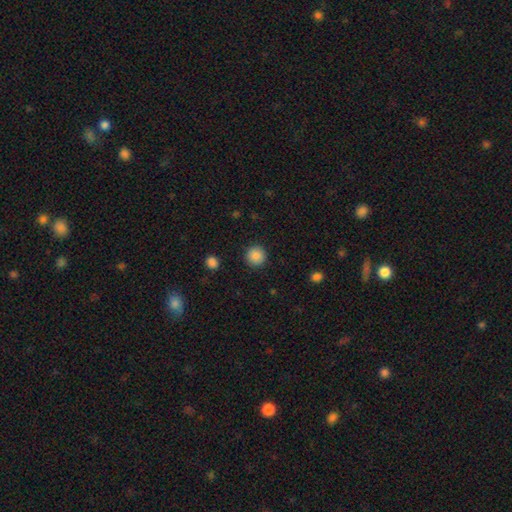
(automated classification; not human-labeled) Morphology: type=smooth (86%); roundness=round (95%); merging=none (92%).